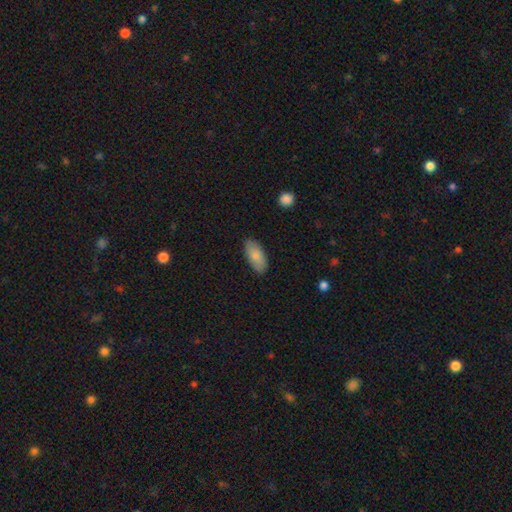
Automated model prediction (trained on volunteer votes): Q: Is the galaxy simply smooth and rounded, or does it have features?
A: smooth — 83%.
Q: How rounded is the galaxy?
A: in between — 91%.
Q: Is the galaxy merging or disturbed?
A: none — 84%.